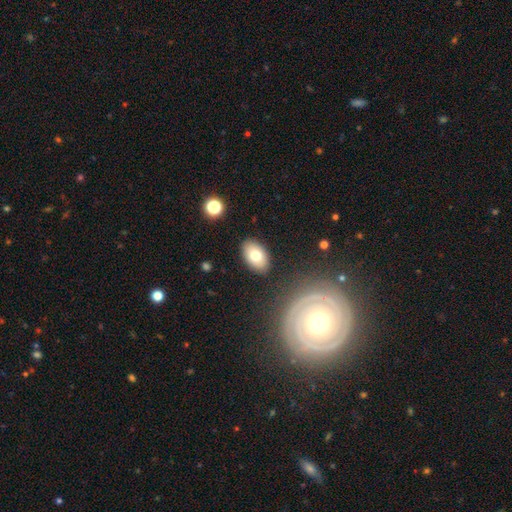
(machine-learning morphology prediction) Smooth or featured? smooth (75%)
How rounded? in between (89%)
Merging? none (87%)